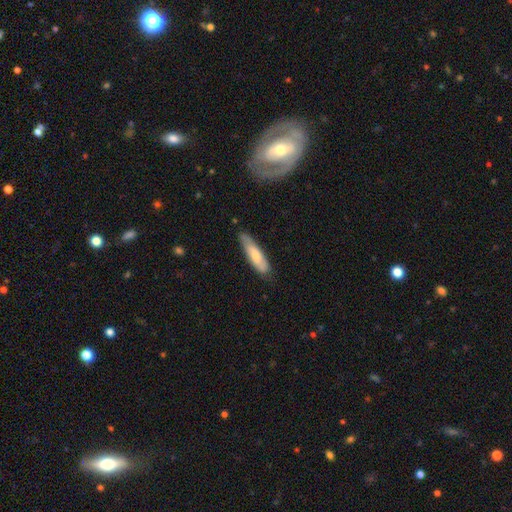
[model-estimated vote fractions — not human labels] Smooth or featured?
  - smooth: 69% *
  - featured or disk: 26%
  - star or artifact: 5%
How rounded?
  - cigar-shaped: 65% *
  - in between: 33%
  - round: 1%
Merging?
  - none: 69% *
  - minor disturbance: 25%
  - major disturbance: 5%
  - merger: 2%